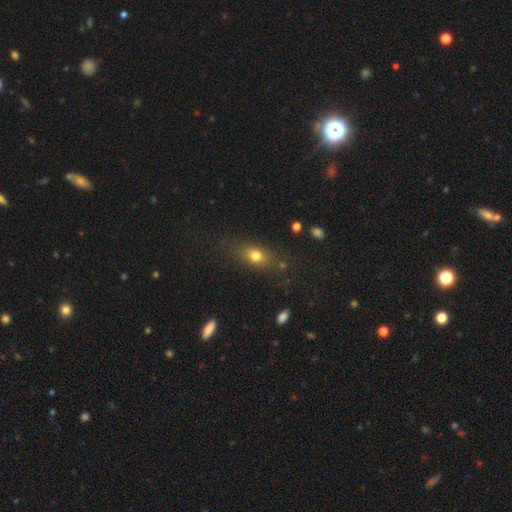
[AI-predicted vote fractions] A smooth galaxy with no disk features (73%) that is in between round and cigar-shaped (65%).

Vote fractions:
- Smooth or featured? smooth: 73% / featured or disk: 14% / star or artifact: 13%
- How rounded? in between: 65% / round: 24% / cigar-shaped: 12%
- Merging? none: 77% / minor disturbance: 15% / major disturbance: 6% / merger: 3%